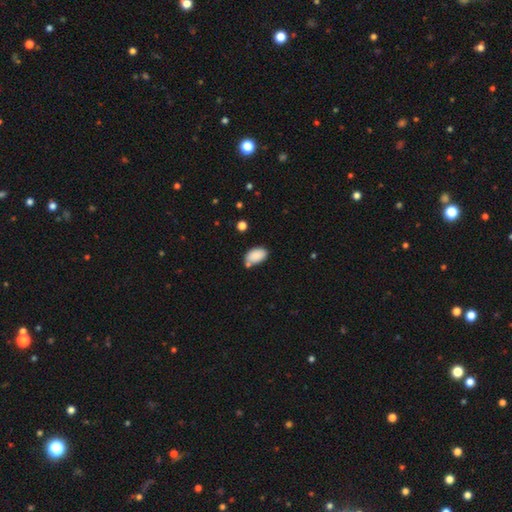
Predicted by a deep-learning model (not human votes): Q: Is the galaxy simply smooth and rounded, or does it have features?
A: smooth — 88%.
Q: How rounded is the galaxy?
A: in between — 93%.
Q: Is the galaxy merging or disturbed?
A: none — 62%.